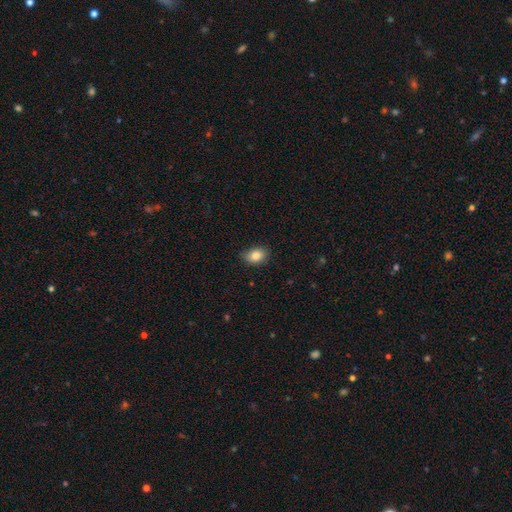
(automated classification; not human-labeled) Smooth or featured: smooth — 84% (star or artifact — 8%)
How rounded: in between — 75% (round — 24%)
Merging: none — 81% (minor disturbance — 16%)